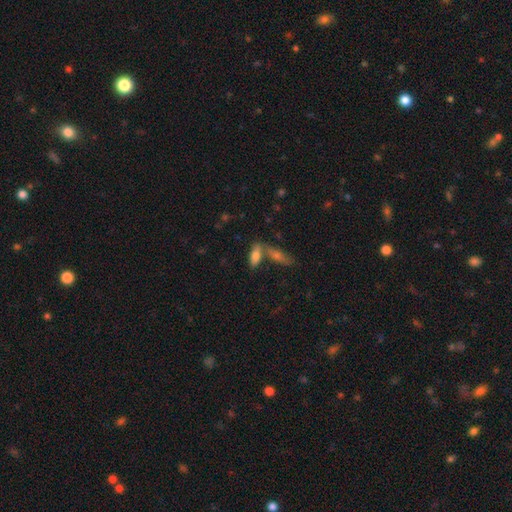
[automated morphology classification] The model was most divided on "merging": none: 48%, merger: 38%, minor disturbance: 10%, major disturbance: 4%. More confident: smooth or featured — smooth (74%); how rounded — in between (68%).